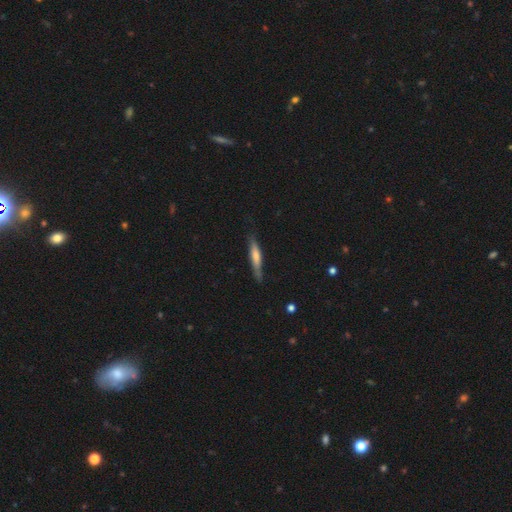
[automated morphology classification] This is possibly a smooth galaxy (49%). Merging: likely none (80%).